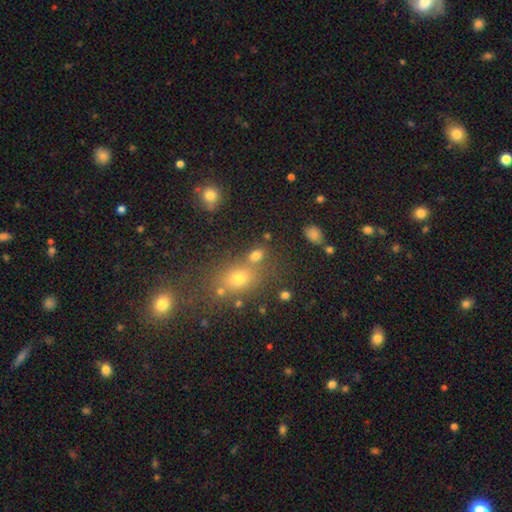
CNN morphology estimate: A smooth galaxy with no disk features (71%) that is in between round and cigar-shaped (71%).

Vote fractions:
- Smooth or featured? smooth: 71% / star or artifact: 18% / featured or disk: 10%
- How rounded? in between: 71% / round: 25% / cigar-shaped: 3%
- Merging? none: 58% / merger: 24% / minor disturbance: 12% / major disturbance: 6%